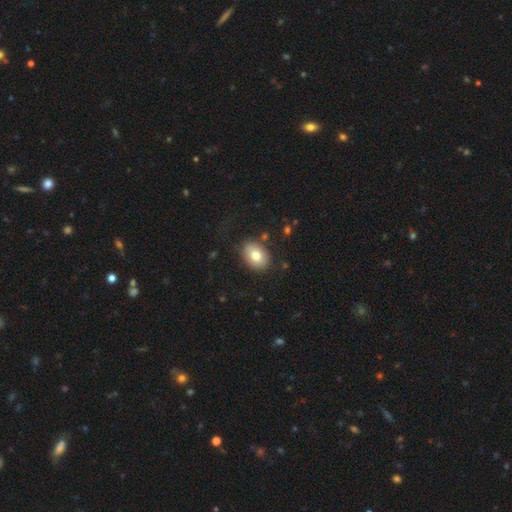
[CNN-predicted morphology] Overall: smooth (78%). How rounded: in between (73%). Merging: none (80%).